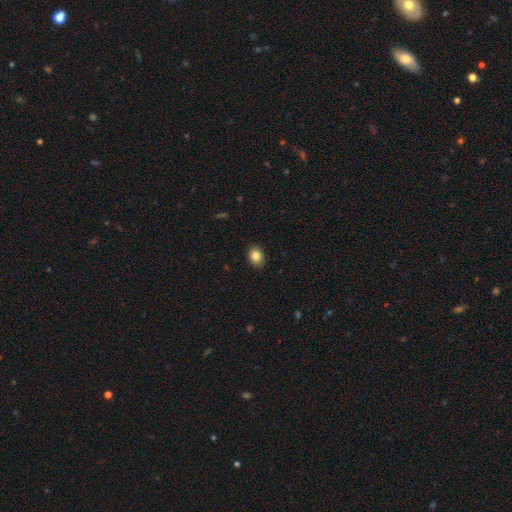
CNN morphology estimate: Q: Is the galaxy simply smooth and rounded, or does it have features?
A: smooth — 85%.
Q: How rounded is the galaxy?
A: in between — 57%.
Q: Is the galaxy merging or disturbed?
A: none — 90%.